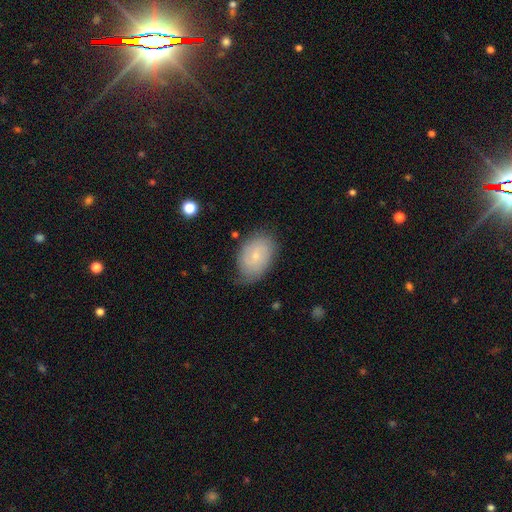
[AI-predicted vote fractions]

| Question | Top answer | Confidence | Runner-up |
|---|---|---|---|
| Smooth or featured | smooth | 52% | featured or disk (40%) |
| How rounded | in between | 83% | round (15%) |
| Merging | none | 67% | minor disturbance (25%) |